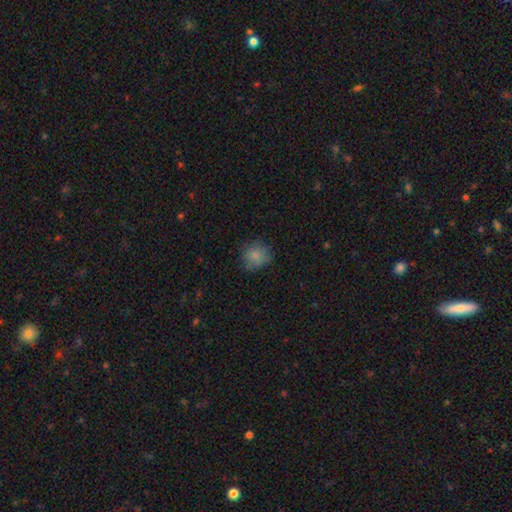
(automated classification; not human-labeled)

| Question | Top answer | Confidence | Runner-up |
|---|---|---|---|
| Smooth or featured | smooth | 82% | star or artifact (10%) |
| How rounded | round | 82% | in between (17%) |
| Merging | none | 75% | minor disturbance (19%) |